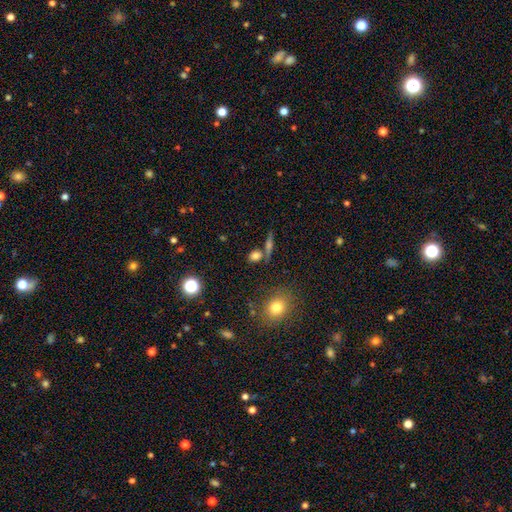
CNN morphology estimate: smooth 72%, star or artifact 15%, featured or disk 13%. Down the decision tree: how rounded — round (54%); merging — none (67%).